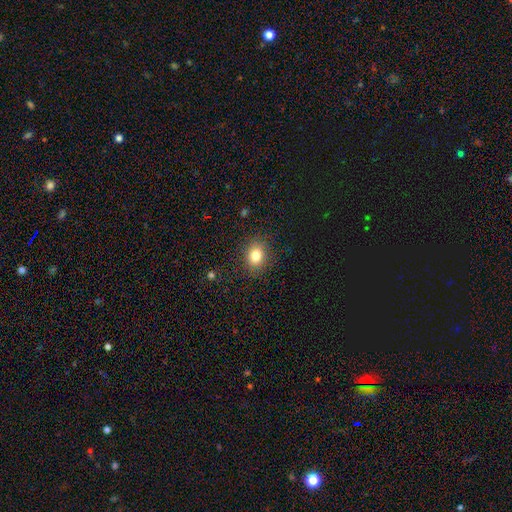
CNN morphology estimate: A smooth galaxy with no disk features (81%) that is in between round and cigar-shaped (51%). Merging: none (87%).